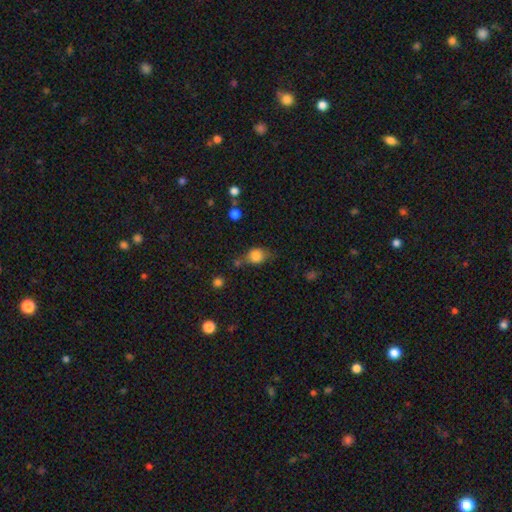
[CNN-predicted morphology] Q: Smooth or featured?
A: smooth (81%); runner-up: star or artifact (10%)
Q: How rounded?
A: round (56%); runner-up: in between (42%)
Q: Merging?
A: none (53%); runner-up: minor disturbance (27%)